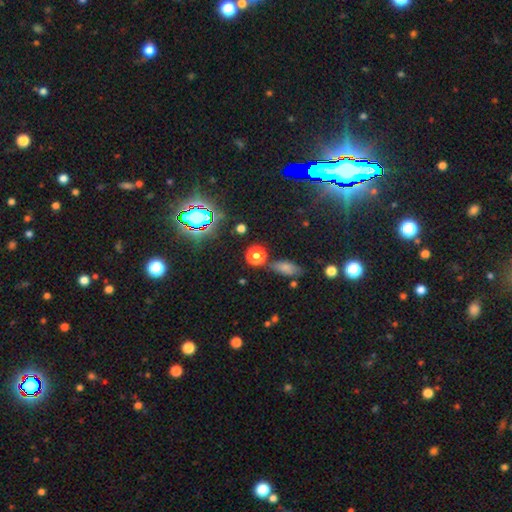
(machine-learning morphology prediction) Smooth or featured: smooth — 68% (star or artifact — 26%)
How rounded: round — 84% (in between — 13%)
Merging: none — 78% (minor disturbance — 10%)